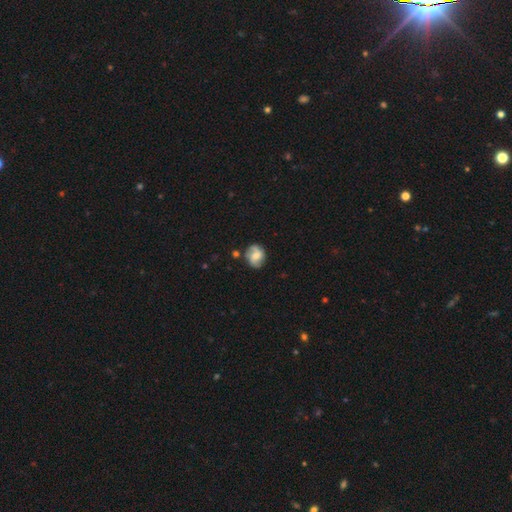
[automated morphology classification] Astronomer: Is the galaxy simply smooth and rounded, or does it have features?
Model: featured or disk — 53% (runner-up: smooth, 39%).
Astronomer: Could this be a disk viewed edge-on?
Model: no — 97%.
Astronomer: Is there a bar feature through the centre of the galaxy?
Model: no — 50% (runner-up: weak, 39%).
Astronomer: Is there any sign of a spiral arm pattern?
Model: yes — 85%.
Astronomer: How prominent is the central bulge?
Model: moderate — 56%.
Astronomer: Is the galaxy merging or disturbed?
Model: none — 69%.